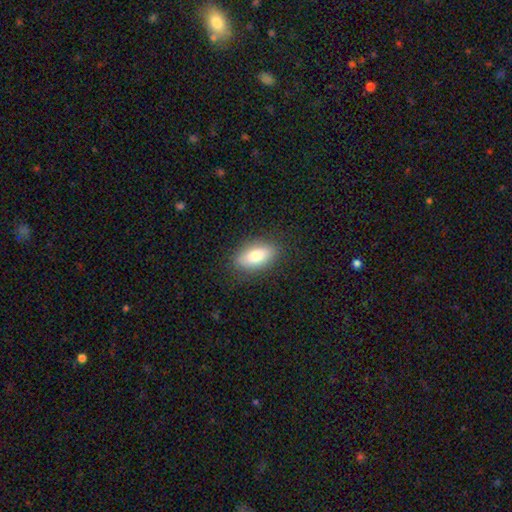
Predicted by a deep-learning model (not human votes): This appears to be a smooth galaxy with no disk features (79%) that is in between round and cigar-shaped (86%). Merging: none (86%).